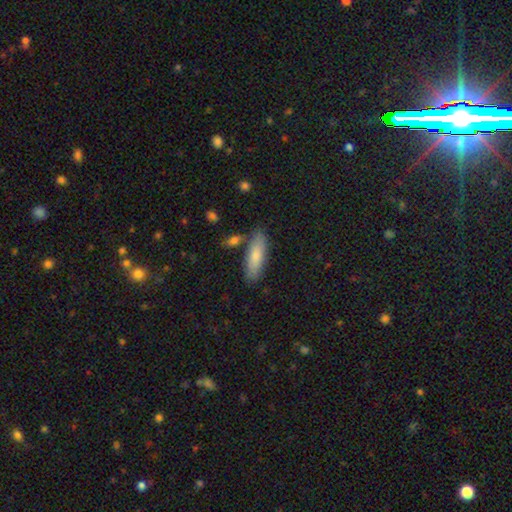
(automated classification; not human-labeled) A smooth galaxy with no disk features (78%) that is in between round and cigar-shaped (51%). Merging: none (78%).